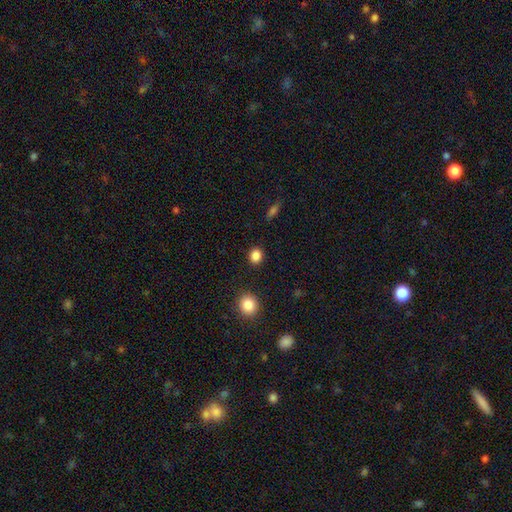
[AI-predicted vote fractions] Smooth or featured: smooth — 87% (star or artifact — 10%)
How rounded: round — 71% (in between — 28%)
Merging: none — 89% (minor disturbance — 7%)